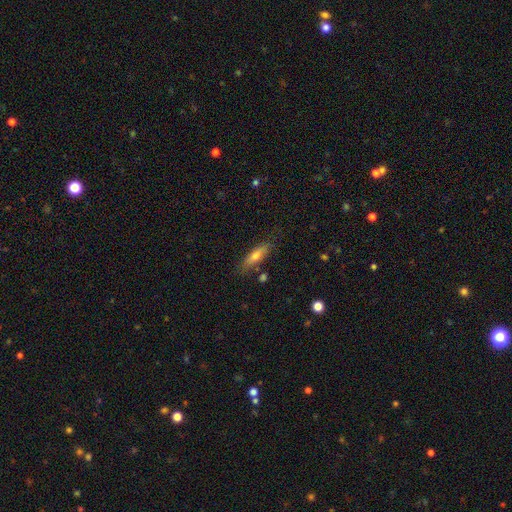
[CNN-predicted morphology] Smooth or featured? smooth (63%)
How rounded? cigar-shaped (60%)
Merging? none (77%)